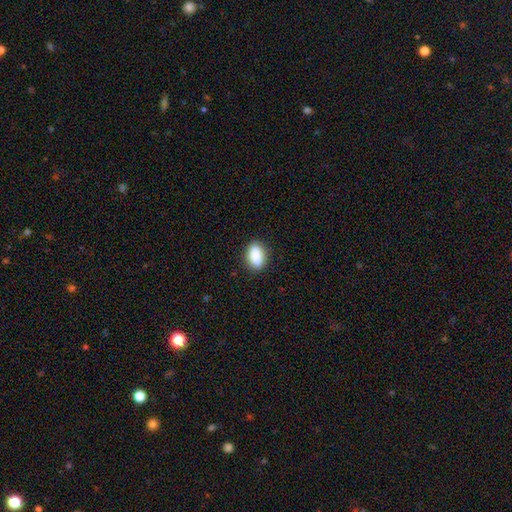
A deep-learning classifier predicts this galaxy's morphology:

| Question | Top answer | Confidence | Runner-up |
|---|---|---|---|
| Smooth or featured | smooth | 88% | star or artifact (7%) |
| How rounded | in between | 87% | round (8%) |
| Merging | none | 87% | minor disturbance (9%) |